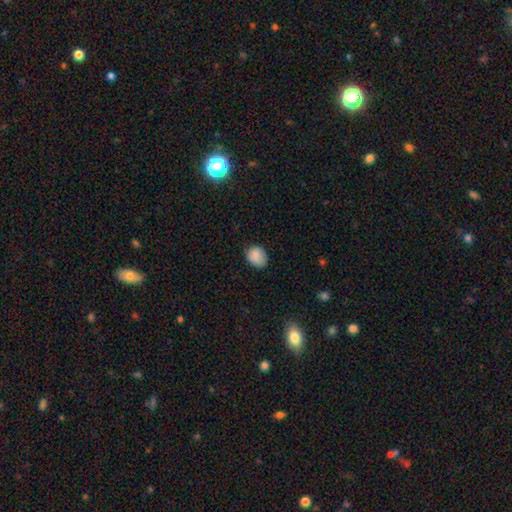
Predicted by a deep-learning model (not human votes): A smooth galaxy with no disk features (87%) that is in between round and cigar-shaped (50%).

Vote fractions:
- Smooth or featured? smooth: 87% / star or artifact: 9% / featured or disk: 4%
- How rounded? in between: 50% / round: 49% / cigar-shaped: 1%
- Merging? none: 72% / minor disturbance: 23% / major disturbance: 4% / merger: 1%